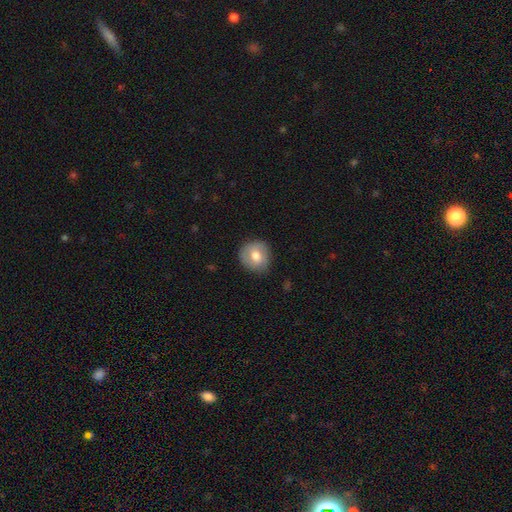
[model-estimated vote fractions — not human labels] Smooth or featured? Predicted: smooth (p=0.71). How rounded? Predicted: round (p=0.86). Merging? Predicted: none (p=0.82).